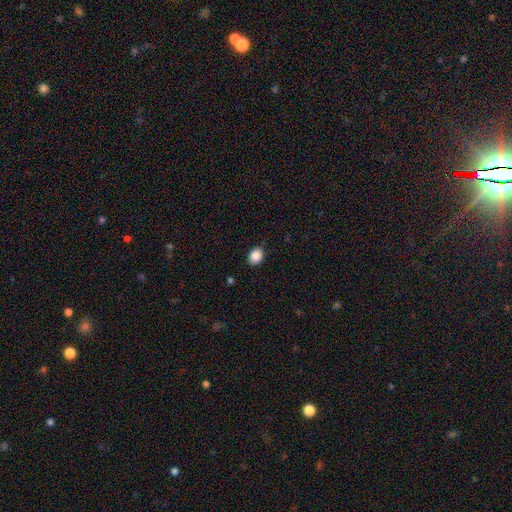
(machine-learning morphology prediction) A smooth galaxy with no disk features (88%) that is in between round and cigar-shaped (52%). Merging: none (85%).